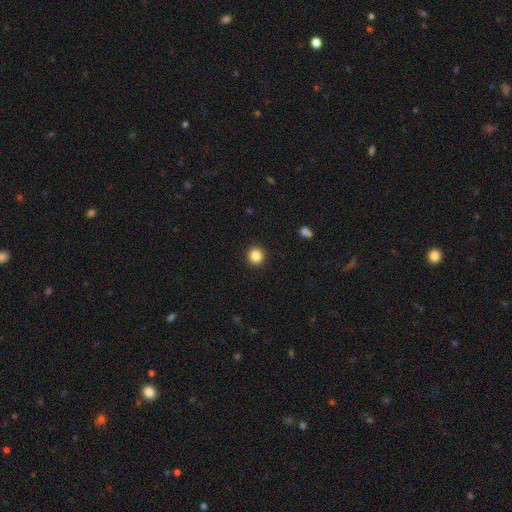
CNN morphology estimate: A smooth galaxy with no disk features (85%) that is round (93%). Merging: none (92%).